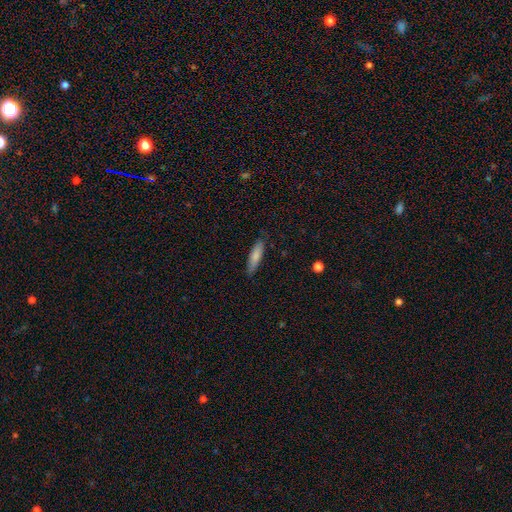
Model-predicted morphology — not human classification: Smooth or featured? smooth (78%)
How rounded? cigar-shaped (69%)
Merging? none (84%)